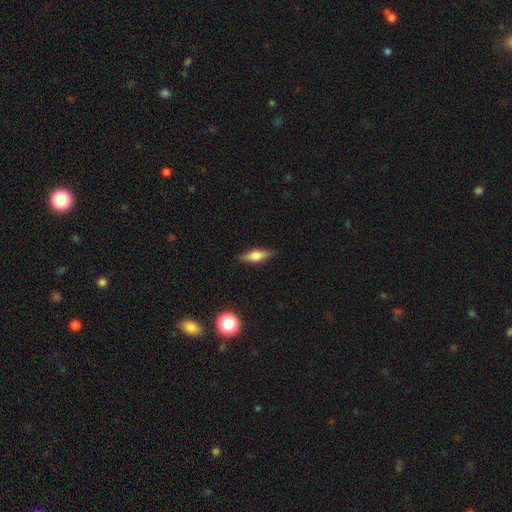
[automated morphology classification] smooth 55%, featured or disk 37%, star or artifact 8%. Down the decision tree: how rounded — in between (49%); merging — none (86%).